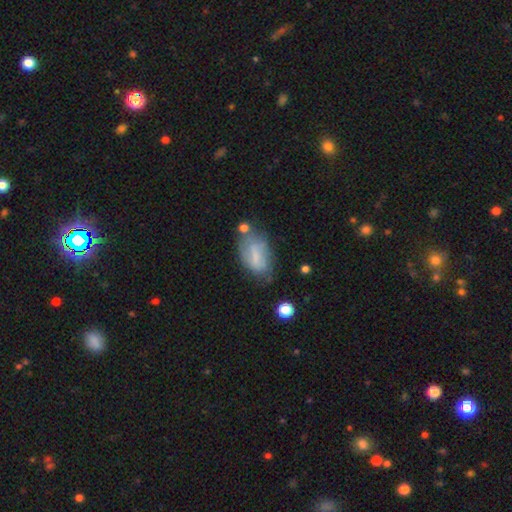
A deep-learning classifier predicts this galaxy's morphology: This appears to be a smooth galaxy with no disk features (52%) that is in between round and cigar-shaped (89%). Merging: none (50%).